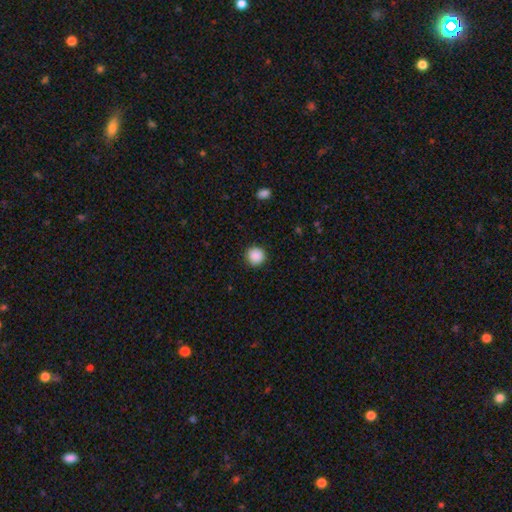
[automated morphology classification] Smooth or featured?
  - smooth: 89% *
  - star or artifact: 9%
  - featured or disk: 2%
How rounded?
  - round: 94% *
  - in between: 5%
  - cigar-shaped: 1%
Merging?
  - none: 91% *
  - minor disturbance: 6%
  - major disturbance: 2%
  - merger: 1%